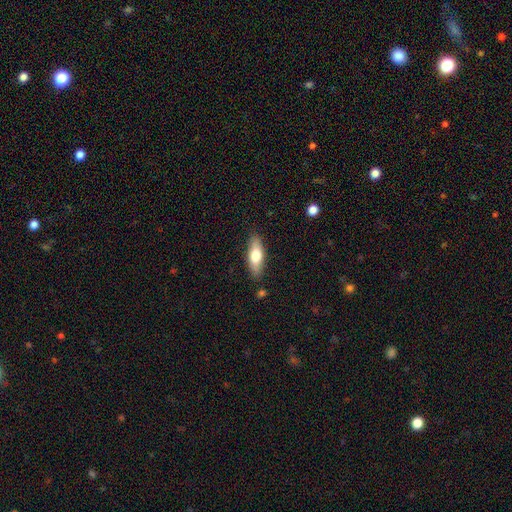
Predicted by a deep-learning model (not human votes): smooth_or_featured: smooth (p=0.65) [alt: featured or disk p=0.28]
how_rounded: in between (p=0.63) [alt: cigar-shaped p=0.34]
merging: none (p=0.85) [alt: minor disturbance p=0.10]